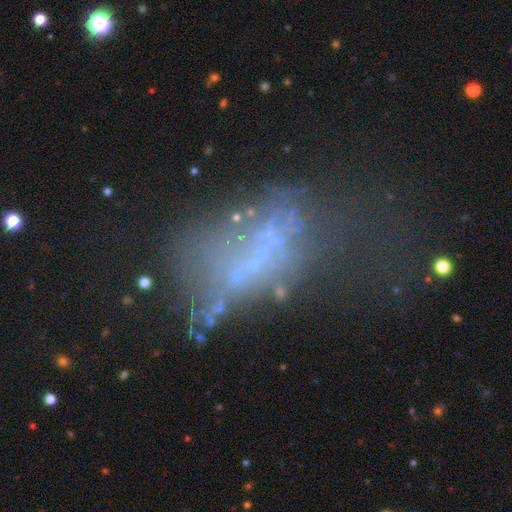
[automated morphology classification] Overall: featured or disk (49%; smooth 26%). Merging: major disturbance (40%; none 26%).